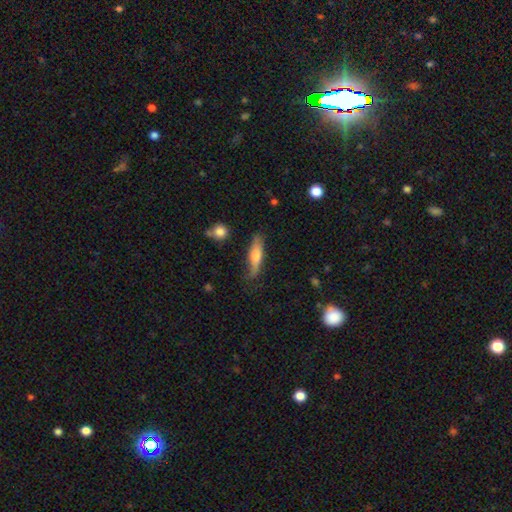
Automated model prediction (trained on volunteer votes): smooth-or-featured: smooth: 61% | featured or disk: 33% | star or artifact: 6%
  how-rounded: cigar-shaped: 72% | in between: 26% | round: 2%
  merging: none: 70% | minor disturbance: 22% | major disturbance: 5% | merger: 2%